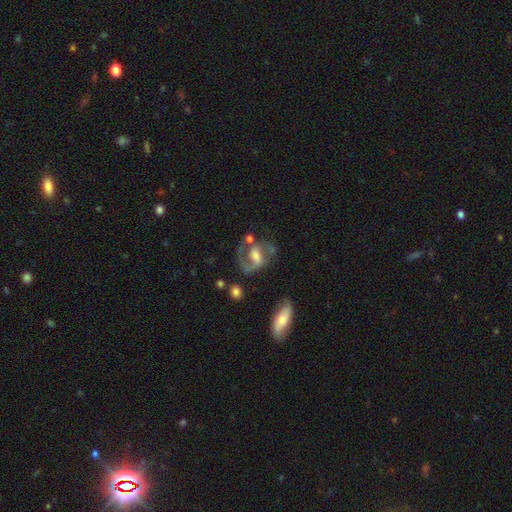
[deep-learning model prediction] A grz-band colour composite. It shows a featured or disk galaxy (82%) with a weak bar (47%), 2 (71%) medium (56%) spiral arms (93%) and a moderate central bulge (46%). Merging: none (55%).